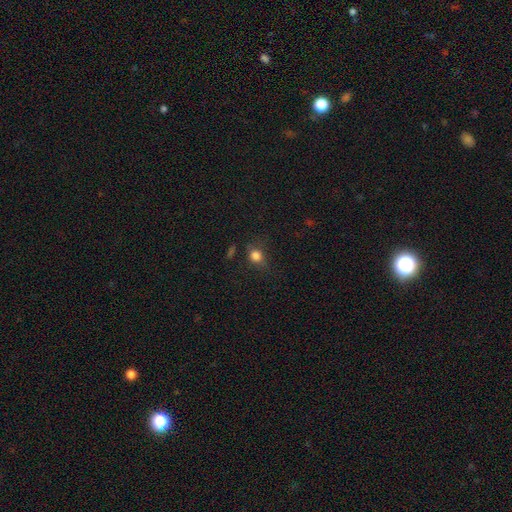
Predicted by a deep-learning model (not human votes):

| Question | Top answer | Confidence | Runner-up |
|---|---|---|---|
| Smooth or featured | smooth | 79% | star or artifact (14%) |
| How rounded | round | 62% | in between (35%) |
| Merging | none | 69% | minor disturbance (20%) |